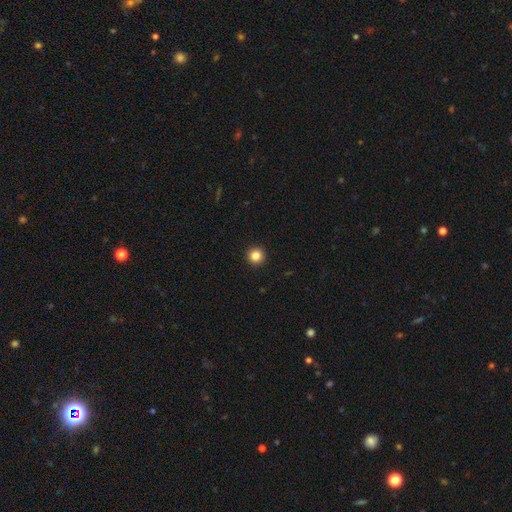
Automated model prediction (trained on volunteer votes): Morphology: type=smooth (84%); roundness=round (96%); merging=none (94%).